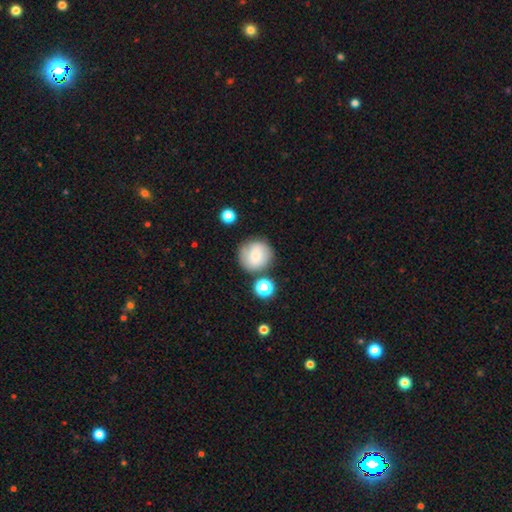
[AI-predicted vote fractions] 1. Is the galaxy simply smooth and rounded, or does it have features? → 74% smooth, 16% featured or disk, 9% star or artifact.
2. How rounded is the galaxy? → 91% round, 8% in between, 1% cigar-shaped.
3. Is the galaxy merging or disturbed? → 72% none, 14% minor disturbance, 9% merger, 5% major disturbance.